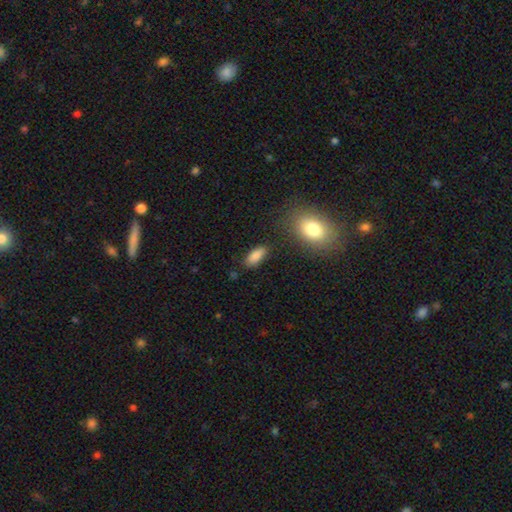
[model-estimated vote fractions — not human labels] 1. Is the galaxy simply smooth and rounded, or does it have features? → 86% smooth, 8% star or artifact, 6% featured or disk.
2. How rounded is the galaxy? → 85% in between, 12% cigar-shaped, 3% round.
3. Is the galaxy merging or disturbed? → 81% none, 12% minor disturbance, 3% major disturbance, 3% merger.